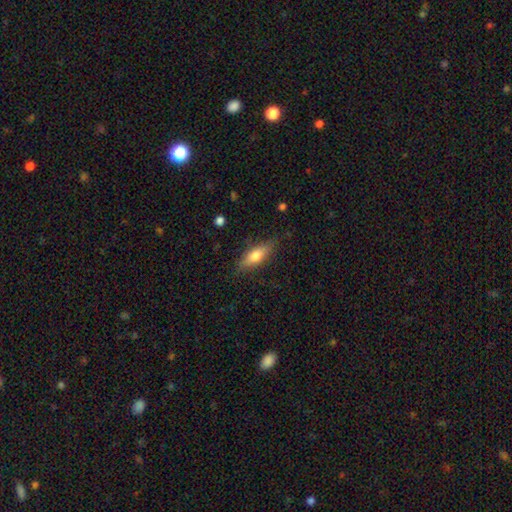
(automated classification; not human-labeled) smooth 67%, featured or disk 26%, star or artifact 6%. Down the decision tree: how rounded — in between (57%); merging — none (80%).